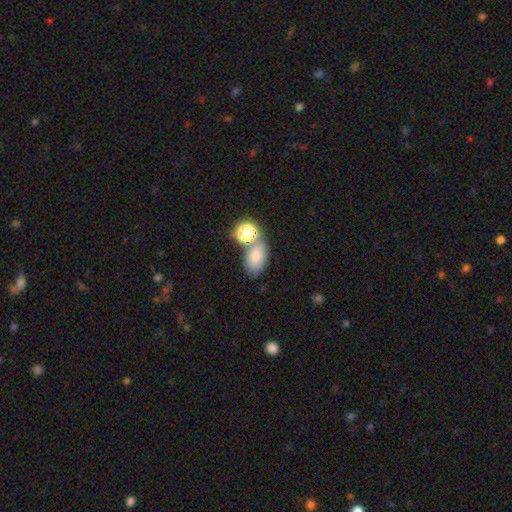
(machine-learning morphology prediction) Smooth or featured? smooth (77%)
How rounded? in between (83%)
Merging? none (60%)